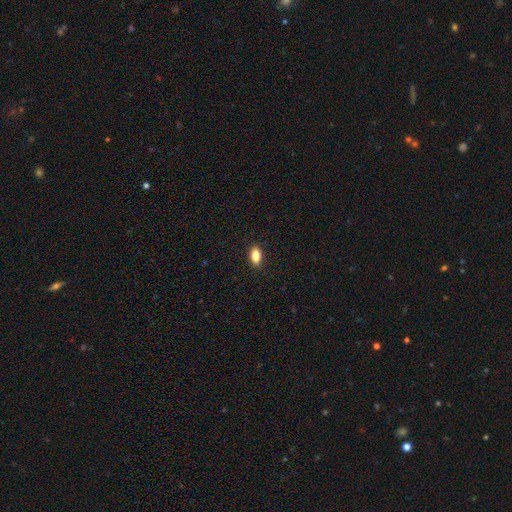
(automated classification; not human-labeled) smooth-or-featured: smooth: 85% | star or artifact: 8% | featured or disk: 7%
  how-rounded: in between: 89% | round: 8% | cigar-shaped: 4%
  merging: none: 90% | minor disturbance: 7% | major disturbance: 2% | merger: 1%